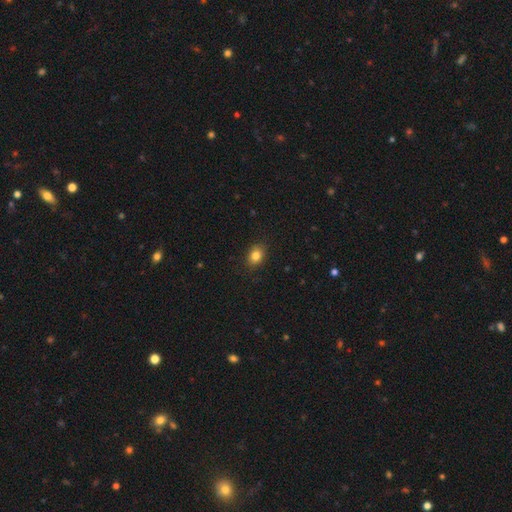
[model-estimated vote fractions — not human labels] Overall: smooth (83%). How rounded: in between (61%; round 37%). Merging: none (87%).